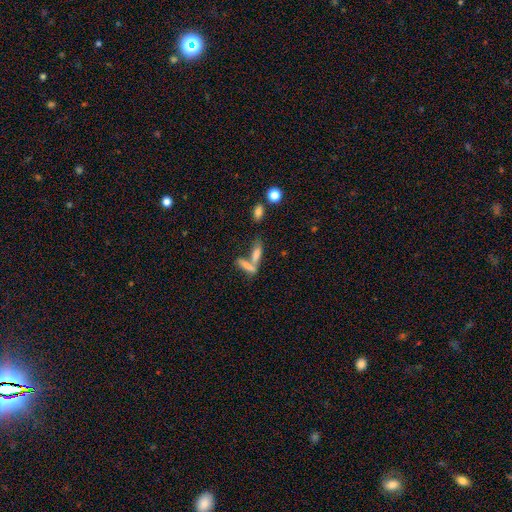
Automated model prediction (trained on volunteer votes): Overall: smooth (61%; featured or disk 24%). How rounded: cigar-shaped (56%; in between 39%). Merging: merger (50%; none 36%).